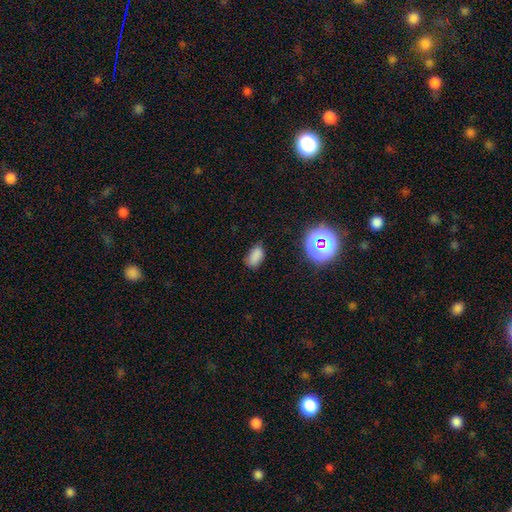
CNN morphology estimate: A smooth galaxy with no disk features (78%) that is in between round and cigar-shaped (89%). Merging: none (71%).